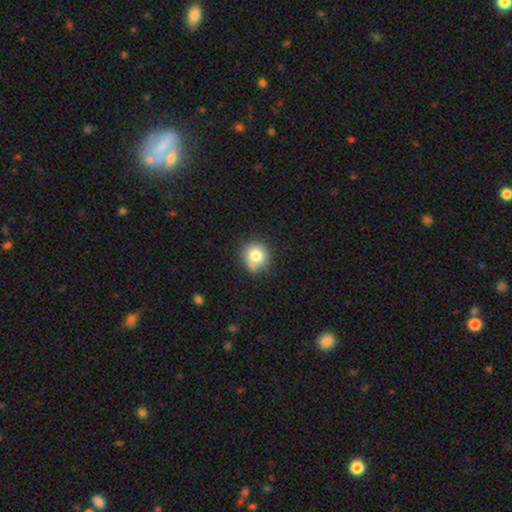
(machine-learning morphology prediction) Q: Smooth or featured?
A: smooth (79%); runner-up: featured or disk (10%)
Q: How rounded?
A: round (90%); runner-up: in between (9%)
Q: Merging?
A: none (70%); runner-up: minor disturbance (20%)